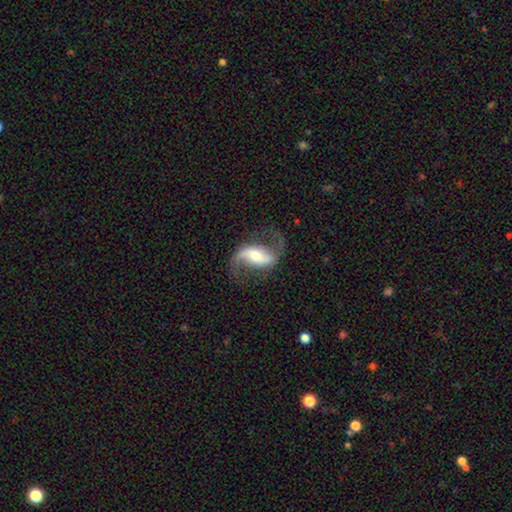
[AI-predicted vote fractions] A featured or disk galaxy (89%) with a strong bar (41%), 2 (93%) loose (76%) spiral arms (96%) and a moderate central bulge (57%).

Vote fractions:
- Smooth or featured? featured or disk: 89% / smooth: 7% / star or artifact: 5%
- Edge-on disk? no: 96% / yes: 4%
- Bar? strong: 41% / weak: 37% / no: 22%
- Spiral arms? yes: 96% / no: 4%
- Spiral winding? loose: 76% / medium: 20% / tight: 4%
- Spiral arm count? 2: 93% / 1: 3% / can't tell: 2% / 3: 1% / 4: 1% / more than 4: 1%
- Bulge size? moderate: 57% / small: 27% / large: 12% / dominant: 2% / none: 2%
- Merging? none: 76% / minor disturbance: 13% / major disturbance: 10% / merger: 2%